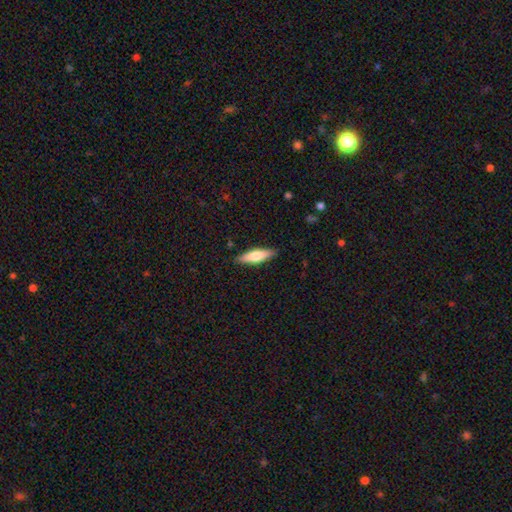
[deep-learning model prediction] Smooth or featured? smooth (71%)
How rounded? cigar-shaped (59%)
Merging? none (87%)